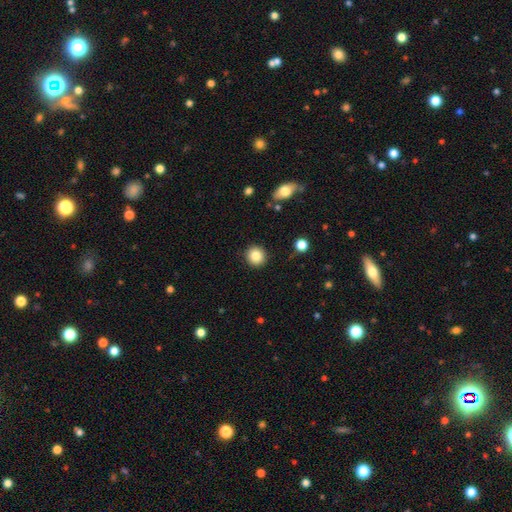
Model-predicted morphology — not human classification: type=smooth (84%); roundness=round (90%); merging=none (91%).